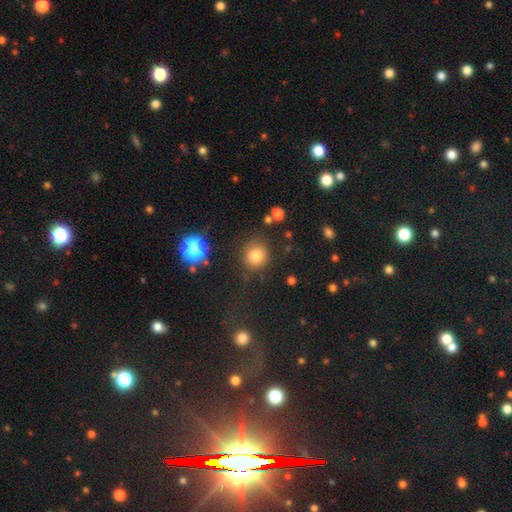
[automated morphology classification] This appears to be a smooth galaxy with no disk features (80%) that is round (85%). Merging: none (81%).